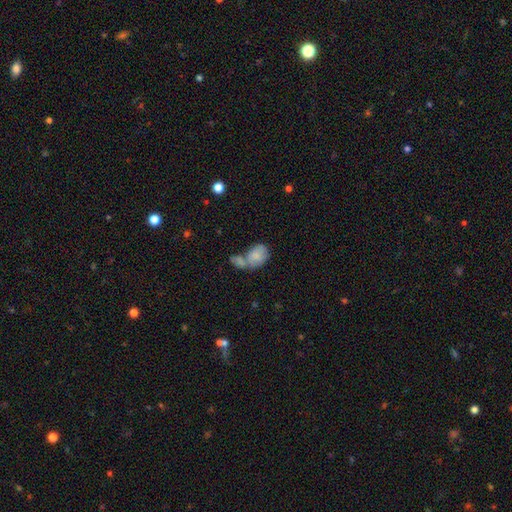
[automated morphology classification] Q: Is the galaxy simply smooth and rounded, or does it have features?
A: smooth — 77%.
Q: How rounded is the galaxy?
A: in between — 81%.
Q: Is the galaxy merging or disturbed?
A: merger — 57%.